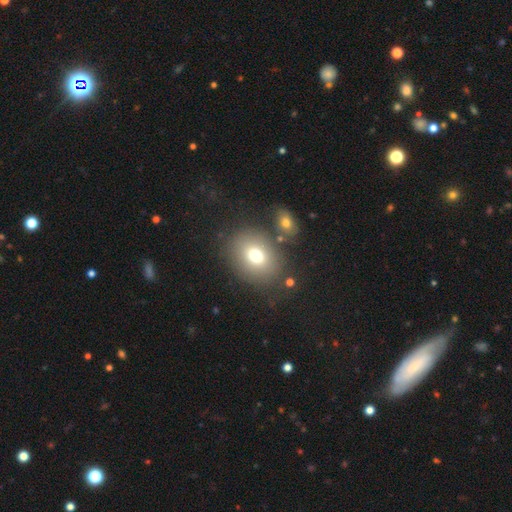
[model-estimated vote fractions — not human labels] Q: Smooth or featured?
A: smooth (73%); runner-up: featured or disk (14%)
Q: How rounded?
A: in between (50%); runner-up: round (49%)
Q: Merging?
A: none (76%); runner-up: minor disturbance (11%)